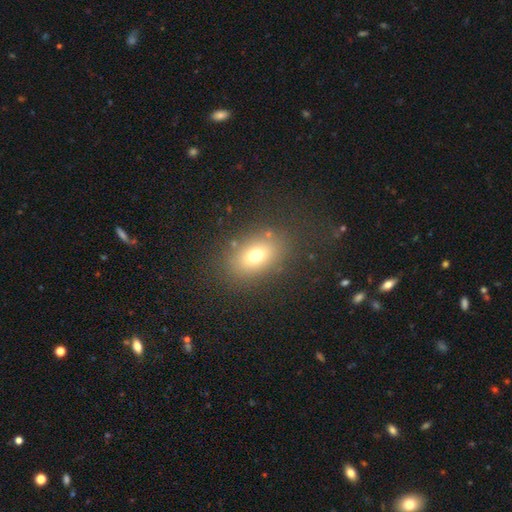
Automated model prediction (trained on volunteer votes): Smooth or featured? Predicted: smooth (p=0.71). How rounded? Predicted: in between (p=0.75). Merging? Predicted: none (p=0.82).